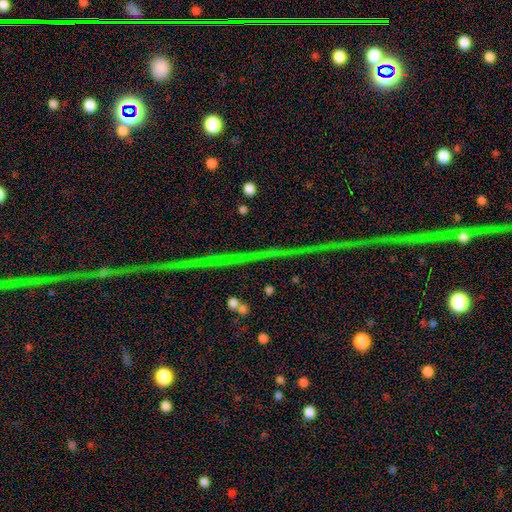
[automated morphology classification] smooth-or-featured: star or artifact: 61% | smooth: 20% | featured or disk: 19%